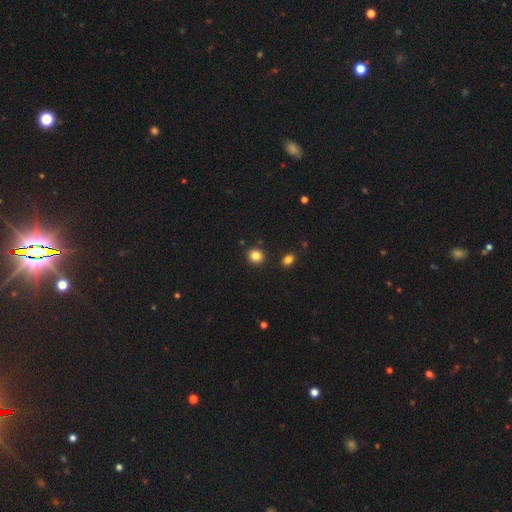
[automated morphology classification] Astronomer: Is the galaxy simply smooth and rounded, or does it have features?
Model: smooth — 85%.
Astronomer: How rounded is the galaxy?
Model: round — 82%.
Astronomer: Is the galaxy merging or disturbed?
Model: none — 88%.